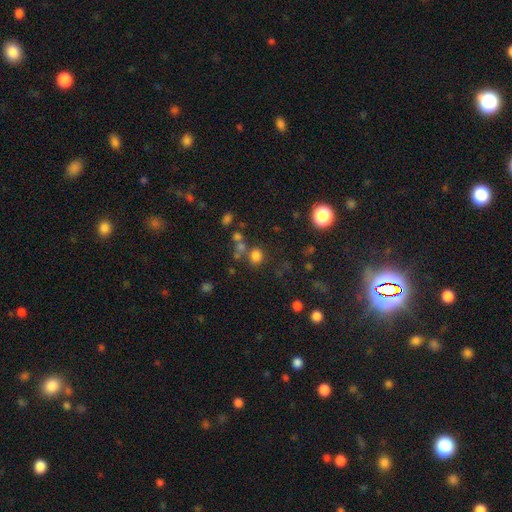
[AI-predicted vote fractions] This is likely a smooth galaxy (72%). How rounded: likely round (78%). Merging: likely none (65%).